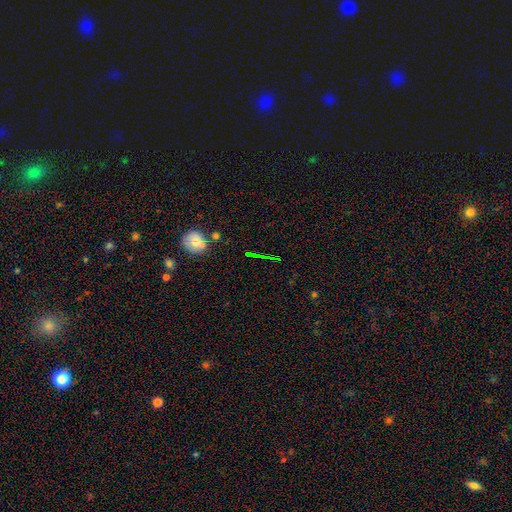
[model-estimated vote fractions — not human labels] Smooth or featured?
  - star or artifact: 53% *
  - smooth: 28%
  - featured or disk: 19%